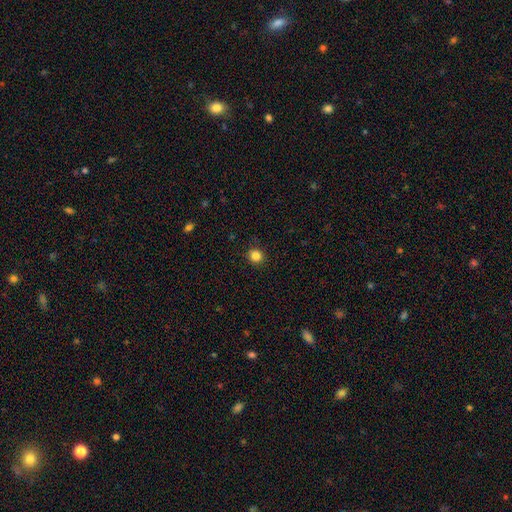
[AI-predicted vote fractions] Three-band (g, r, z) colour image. It shows a smooth galaxy with no disk features (84%) that is round (91%). Merging: none (90%).